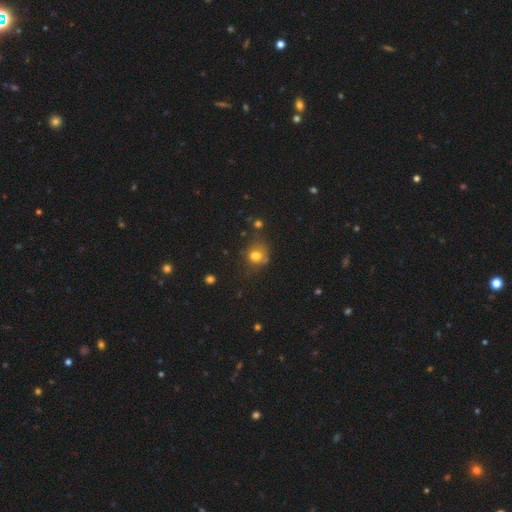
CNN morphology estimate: type=smooth (72%); roundness=round (65%); merging=none (51%).